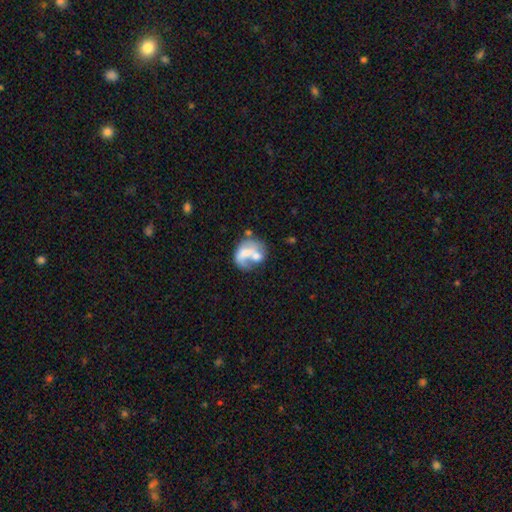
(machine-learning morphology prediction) smooth_or_featured: featured or disk (p=0.50) [alt: smooth p=0.41]
disk_edge_on: no (p=0.98) [alt: yes p=0.02]
merging: merger (p=0.36) [alt: major disturbance p=0.25]